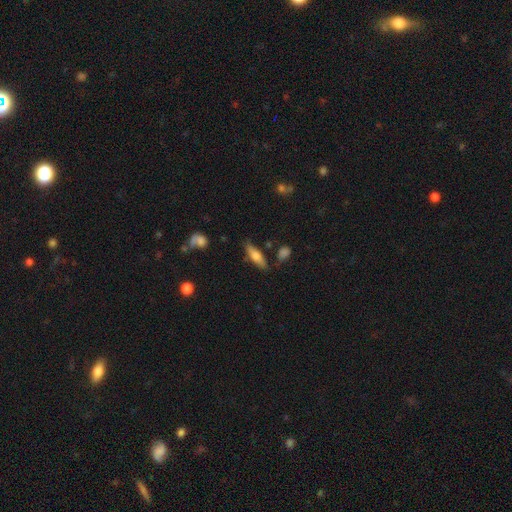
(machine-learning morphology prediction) This is possibly a smooth galaxy (59%). How rounded: possibly cigar-shaped (58%). Merging: likely none (77%).